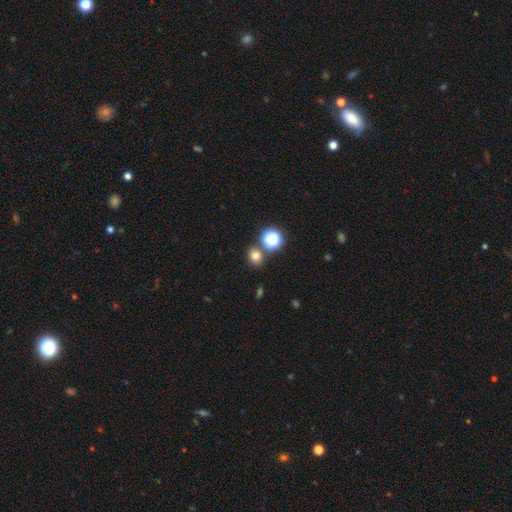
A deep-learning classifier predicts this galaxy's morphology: This is likely a smooth galaxy (73%). How rounded: likely round (75%). Merging: likely none (77%).